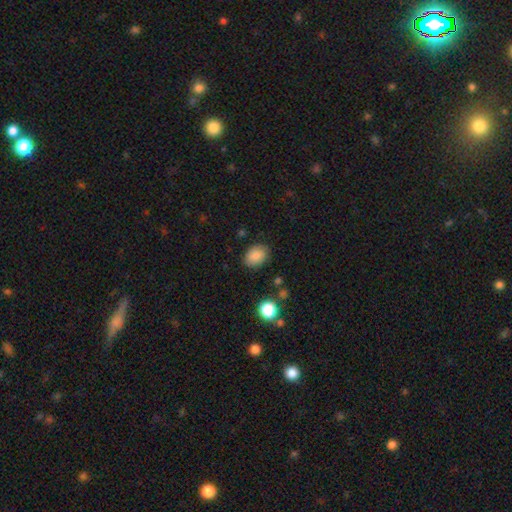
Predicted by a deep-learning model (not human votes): This appears to be a smooth galaxy with no disk features (85%) that is in between round and cigar-shaped (74%). Merging: none (84%).